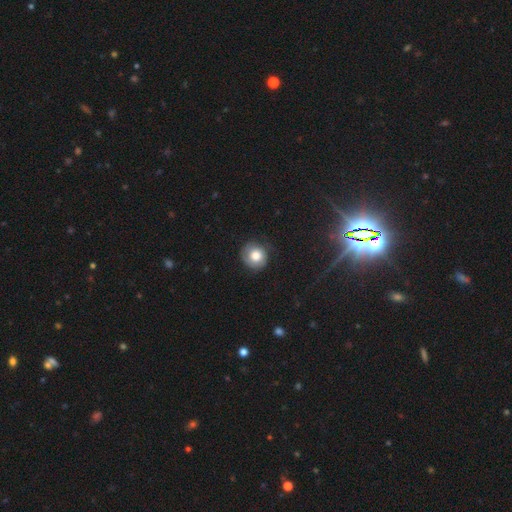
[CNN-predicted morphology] A smooth galaxy with no disk features (66%) that is round (86%). Merging: none (71%).